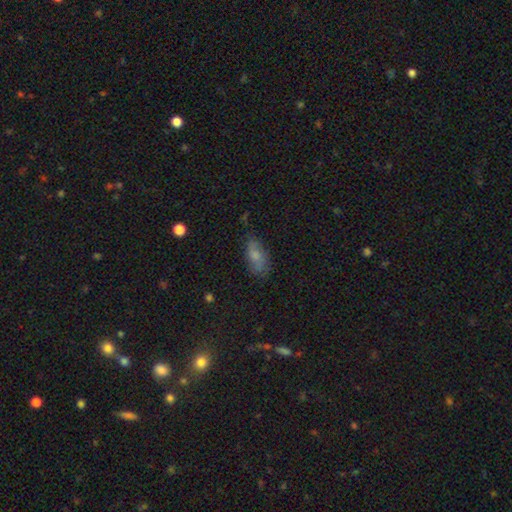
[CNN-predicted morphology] Smooth or featured?
  - smooth: 73% *
  - featured or disk: 17%
  - star or artifact: 10%
How rounded?
  - in between: 86% *
  - cigar-shaped: 10%
  - round: 4%
Merging?
  - none: 68% *
  - minor disturbance: 24%
  - major disturbance: 6%
  - merger: 2%